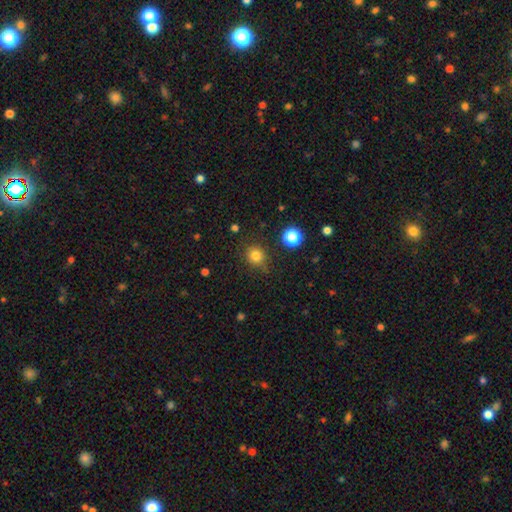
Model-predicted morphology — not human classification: This appears to be a smooth galaxy with no disk features (80%) that is round (85%). Merging: none (80%).